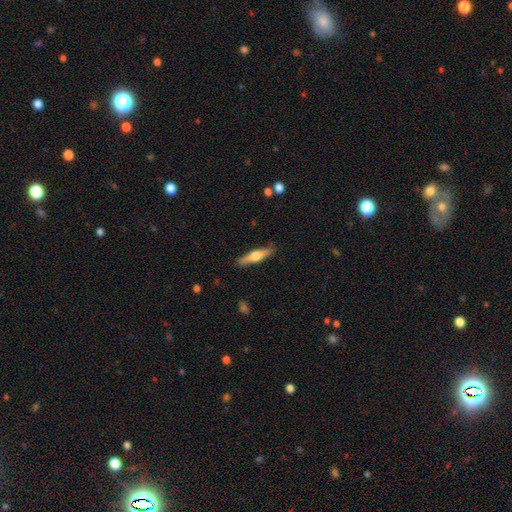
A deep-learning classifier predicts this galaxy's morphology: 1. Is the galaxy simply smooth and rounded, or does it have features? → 50% featured or disk, 45% smooth, 6% star or artifact.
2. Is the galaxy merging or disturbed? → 88% none, 9% minor disturbance, 2% major disturbance, 1% merger.